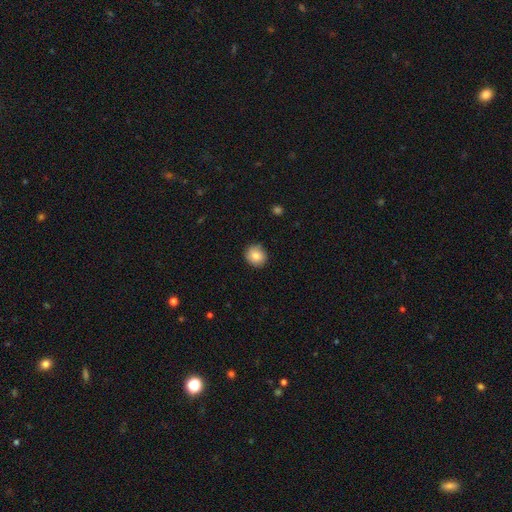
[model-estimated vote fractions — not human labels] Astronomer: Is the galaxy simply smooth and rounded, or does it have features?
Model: smooth — 85%.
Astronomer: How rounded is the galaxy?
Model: round — 83%.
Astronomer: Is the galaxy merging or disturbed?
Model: none — 89%.